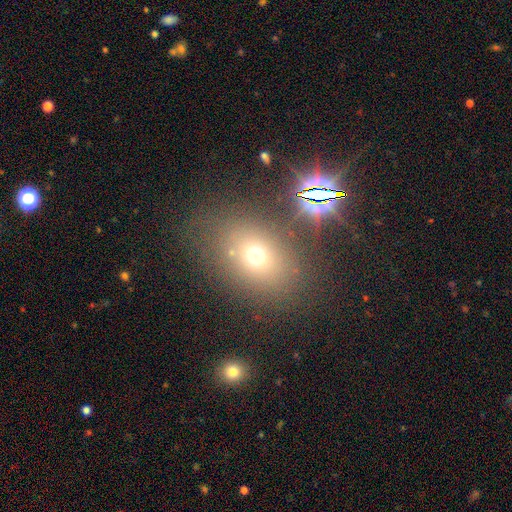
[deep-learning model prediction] smooth 63%, star or artifact 24%, featured or disk 13%. Down the decision tree: how rounded — in between (58%); merging — none (75%).